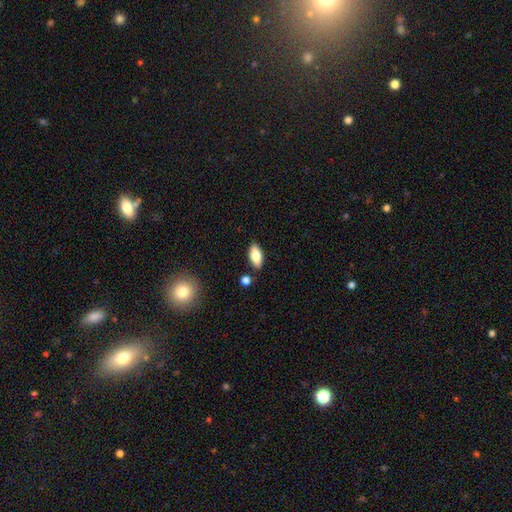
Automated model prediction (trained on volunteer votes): Q: Smooth or featured?
A: smooth (78%); runner-up: featured or disk (14%)
Q: How rounded?
A: in between (86%); runner-up: cigar-shaped (11%)
Q: Merging?
A: none (84%); runner-up: minor disturbance (10%)